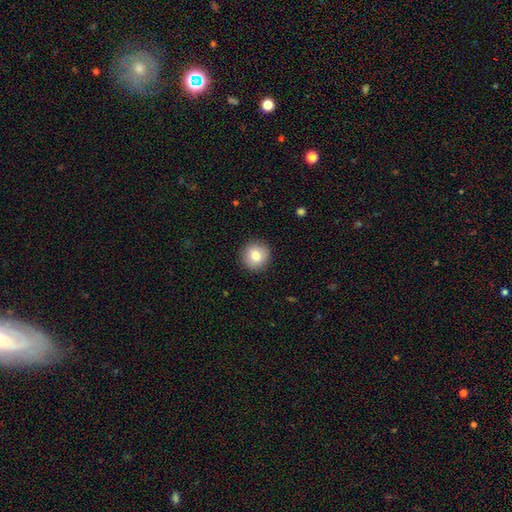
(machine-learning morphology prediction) Smooth or featured? smooth (82%)
How rounded? round (94%)
Merging? none (92%)